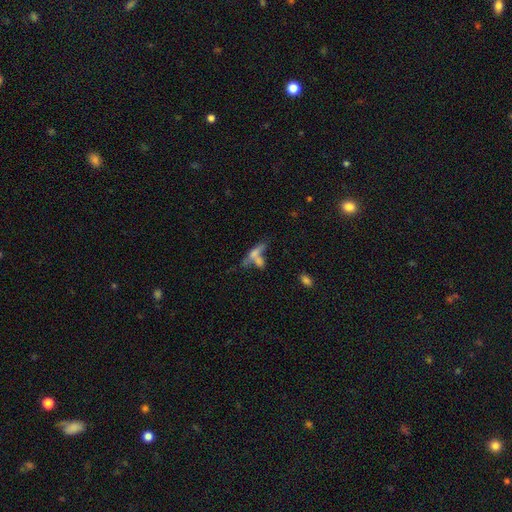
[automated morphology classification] Overall: smooth (52%; featured or disk 36%). How rounded: cigar-shaped (57%; in between 38%). Merging: merger (49%; none 31%).